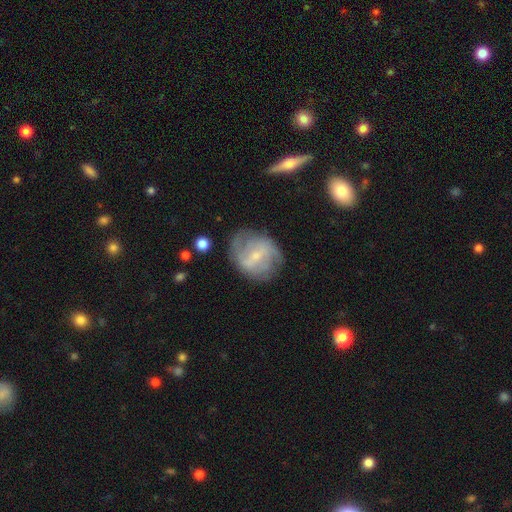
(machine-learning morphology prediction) Smooth or featured? Predicted: featured or disk (p=0.72). Edge-on disk? Predicted: no (p=0.96). Bar? Predicted: weak (p=0.49). Spiral arms? Predicted: yes (p=0.81). Spiral winding? Predicted: medium (p=0.42). Spiral arm count? Predicted: 2 (p=0.53). Bulge size? Predicted: small (p=0.70). Merging? Predicted: none (p=0.69).